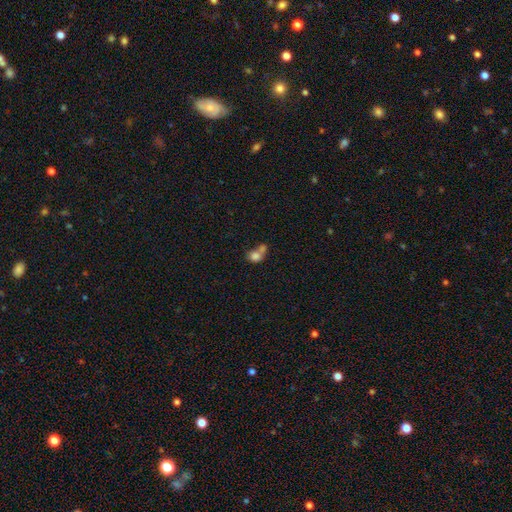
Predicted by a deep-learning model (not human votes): Smooth or featured?
  - smooth: 77% *
  - featured or disk: 13%
  - star or artifact: 10%
How rounded?
  - round: 55% *
  - in between: 43%
  - cigar-shaped: 1%
Merging?
  - merger: 61% *
  - none: 24%
  - minor disturbance: 9%
  - major disturbance: 7%